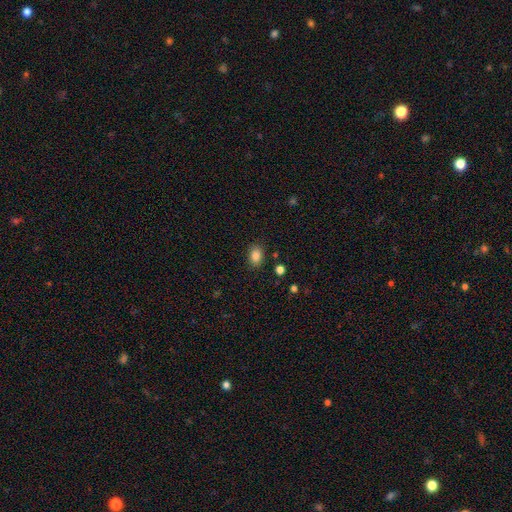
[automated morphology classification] A smooth galaxy with no disk features (85%) that is in between round and cigar-shaped (75%). Merging: none (87%).